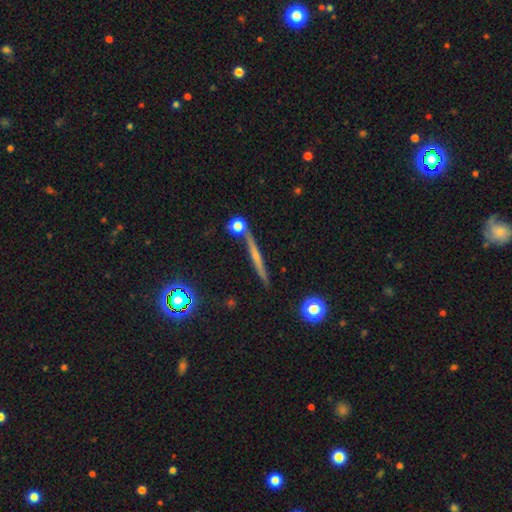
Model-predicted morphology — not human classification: This is possibly a featured or disk galaxy (54%). It is clearly viewed edge-on (92%). Edge-on bulge: possibly rounded (48%). Merging: likely none (78%).